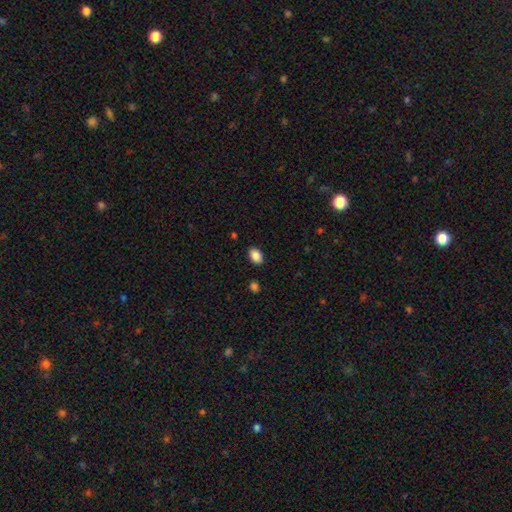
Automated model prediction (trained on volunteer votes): Smooth or featured? smooth (88%)
How rounded? in between (82%)
Merging? none (88%)